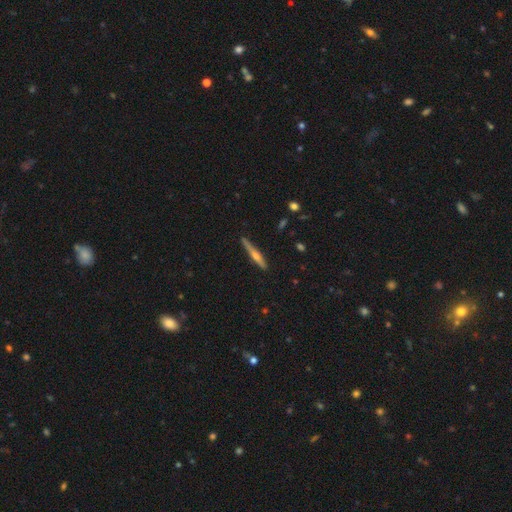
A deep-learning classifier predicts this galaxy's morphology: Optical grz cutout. It shows a featured or disk galaxy (67%) viewed edge-on (97%) with a rounded central bulge (86%). Merging: none (86%).